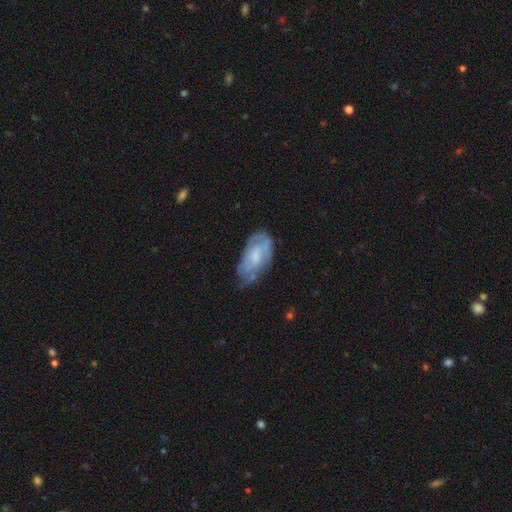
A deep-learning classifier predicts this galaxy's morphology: Smooth or featured? Predicted: featured or disk (p=0.55). Edge-on disk? Predicted: no (p=0.93). Bar? Predicted: no (p=0.60). Spiral arms? Predicted: yes (p=0.62). Bulge size? Predicted: small (p=0.35). Merging? Predicted: none (p=0.50).